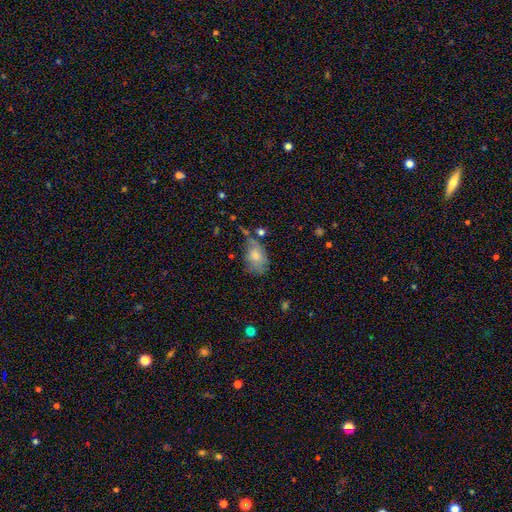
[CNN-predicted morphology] This is likely a smooth galaxy (70%). How rounded: clearly in between (87%). Merging: possibly none (46%).